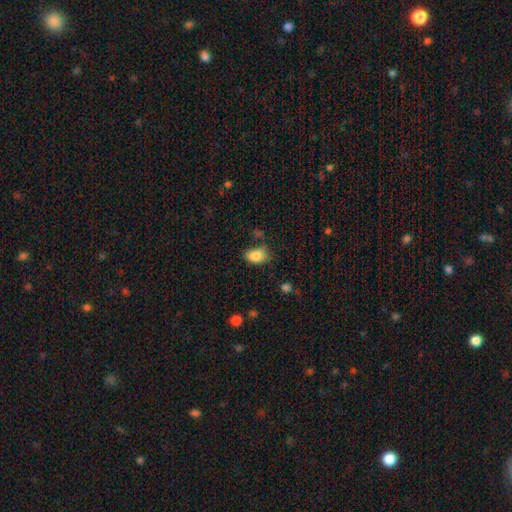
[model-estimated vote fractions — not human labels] smooth-or-featured: smooth: 84% | star or artifact: 9% | featured or disk: 7%
  how-rounded: in between: 82% | round: 17% | cigar-shaped: 1%
  merging: none: 60% | minor disturbance: 26% | major disturbance: 7% | merger: 7%